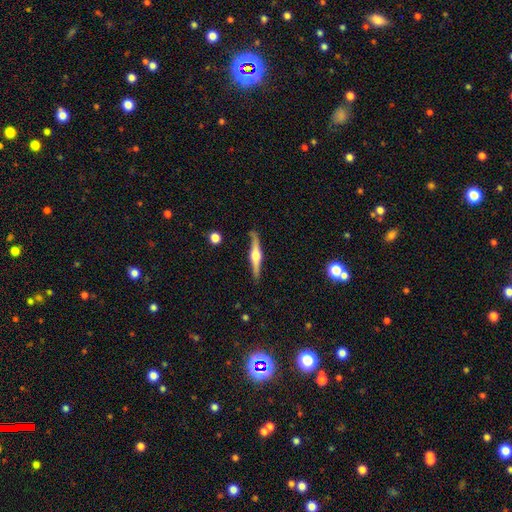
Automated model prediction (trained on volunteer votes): Morphology: type=featured or disk (74%); edge-on=yes (97%); edge-on bulge=rounded (92%); merging=none (85%).